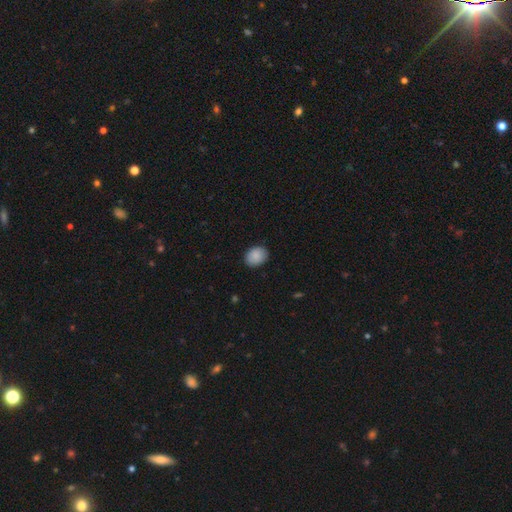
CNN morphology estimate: This appears to be a smooth galaxy with no disk features (89%) that is in between round and cigar-shaped (54%). Merging: none (87%).